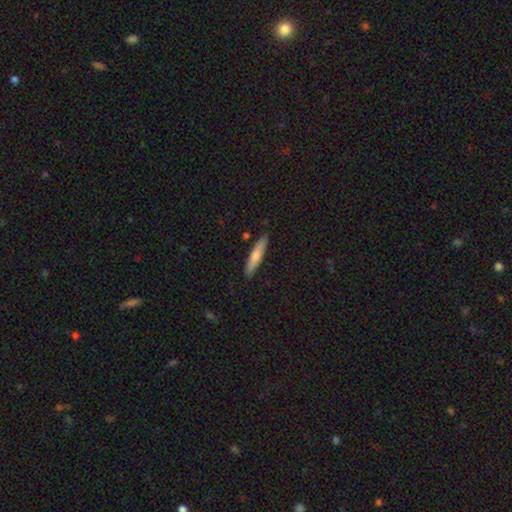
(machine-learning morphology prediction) The model was most divided on "smooth or featured": smooth: 70%, featured or disk: 25%, star or artifact: 6%. More confident: merging — none (88%); how rounded — cigar-shaped (84%).